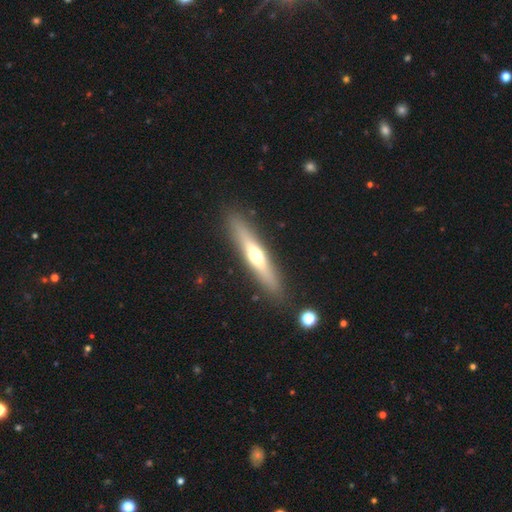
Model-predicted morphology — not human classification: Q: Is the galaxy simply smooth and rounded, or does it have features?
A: featured or disk — 53%.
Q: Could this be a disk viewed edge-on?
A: yes — 89%.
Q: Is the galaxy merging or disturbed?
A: none — 88%.